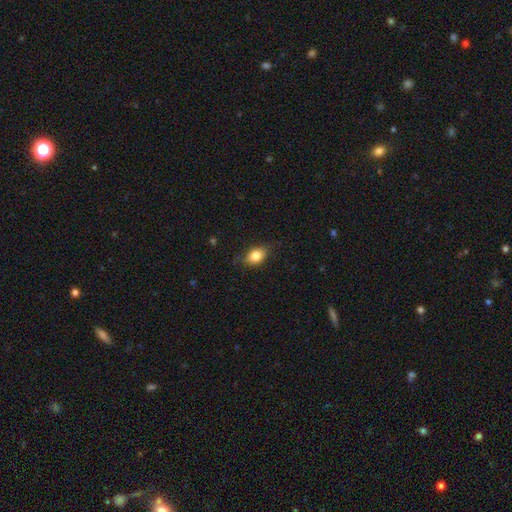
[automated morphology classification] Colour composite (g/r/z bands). It shows a smooth galaxy with no disk features (82%) that is in between round and cigar-shaped (77%). Merging: none (76%).